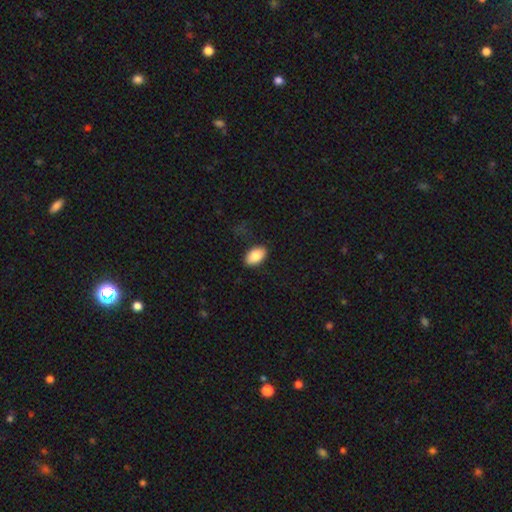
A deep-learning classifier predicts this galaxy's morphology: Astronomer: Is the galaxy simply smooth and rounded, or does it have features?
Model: smooth — 84%.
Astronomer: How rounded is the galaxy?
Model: in between — 93%.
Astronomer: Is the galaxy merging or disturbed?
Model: none — 85%.